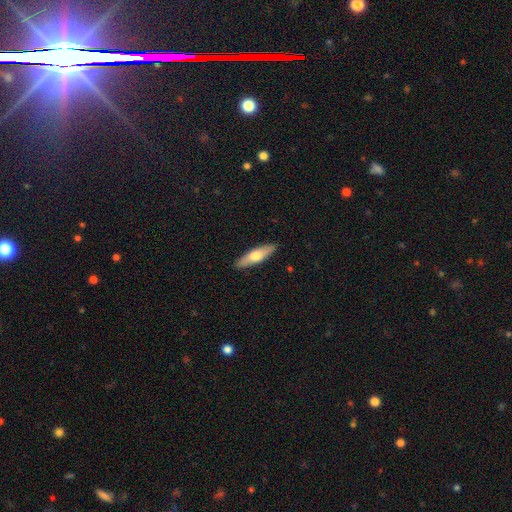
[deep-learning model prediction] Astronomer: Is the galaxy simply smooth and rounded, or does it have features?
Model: smooth — 57% (runner-up: featured or disk, 38%).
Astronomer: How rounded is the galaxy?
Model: cigar-shaped — 63%.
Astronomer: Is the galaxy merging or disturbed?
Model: none — 90%.